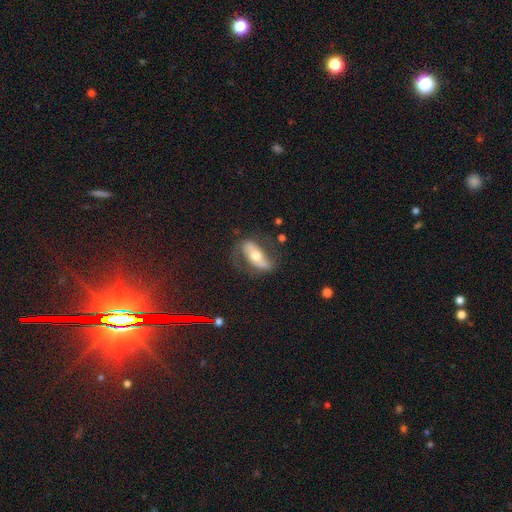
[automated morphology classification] Smooth or featured: featured or disk — 59% (smooth — 34%)
Edge-on disk: no — 76% (yes — 24%)
Merging: none — 64% (minor disturbance — 20%)